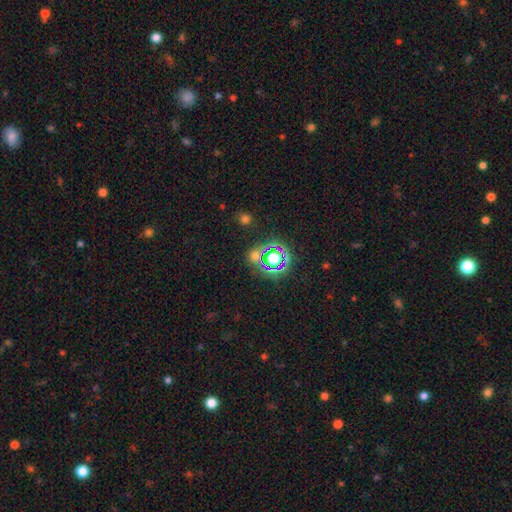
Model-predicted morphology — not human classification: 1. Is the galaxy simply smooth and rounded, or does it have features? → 74% star or artifact, 18% smooth, 8% featured or disk.